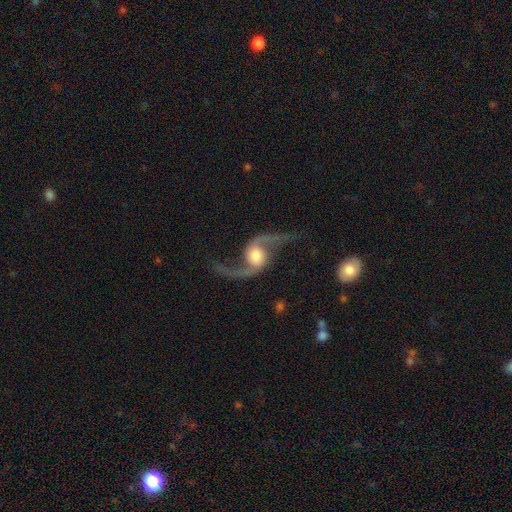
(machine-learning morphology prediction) The model was most divided on "bulge size": moderate: 42%, large: 36%, small: 11%, dominant: 7%, none: 4%. More confident: spiral arms — yes (98%); edge-on disk — no (96%); spiral arm count — 2 (95%); smooth or featured — featured or disk (91%); spiral winding — loose (89%); merging — none (77%); bar — no (57%).